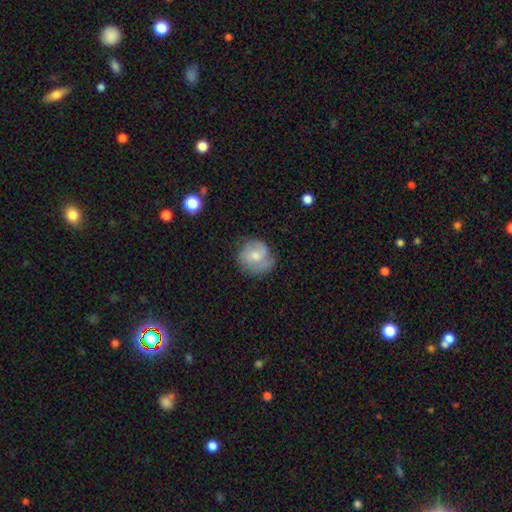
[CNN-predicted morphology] Overall: smooth (50%; featured or disk 43%). Merging: none (60%; minor disturbance 27%).